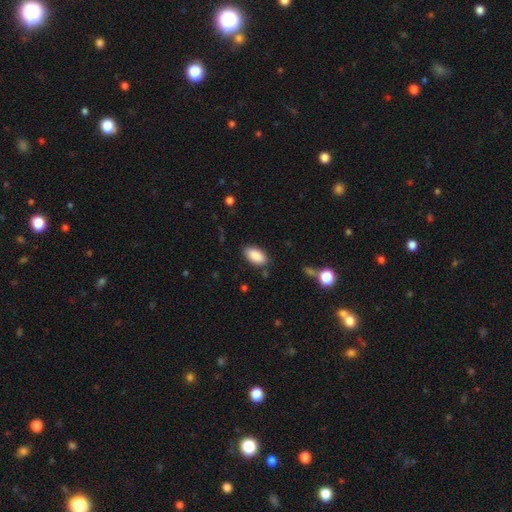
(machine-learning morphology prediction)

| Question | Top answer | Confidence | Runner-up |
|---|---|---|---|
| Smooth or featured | smooth | 90% | star or artifact (7%) |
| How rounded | in between | 94% | round (3%) |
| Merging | none | 85% | minor disturbance (11%) |